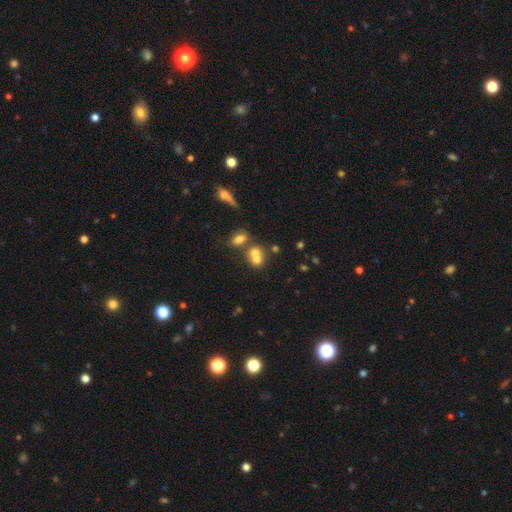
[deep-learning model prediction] Smooth or featured?
  - smooth: 66% *
  - featured or disk: 19%
  - star or artifact: 15%
How rounded?
  - round: 64% *
  - in between: 35%
  - cigar-shaped: 2%
Merging?
  - merger: 60% *
  - none: 29%
  - minor disturbance: 7%
  - major disturbance: 4%